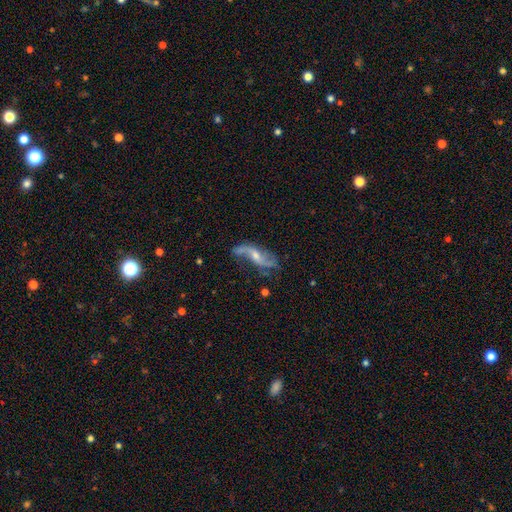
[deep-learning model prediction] A featured or disk galaxy (82%) with no bar (46%), 2 (81%) loose (79%) spiral arms (92%) and a small central bulge (47%). Merging: none (57%).